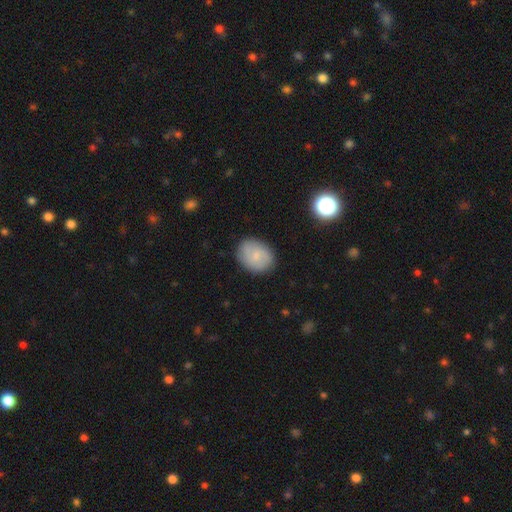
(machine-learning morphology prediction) Q: Smooth or featured?
A: smooth (60%); runner-up: featured or disk (32%)
Q: How rounded?
A: round (54%); runner-up: in between (45%)
Q: Merging?
A: none (83%); runner-up: minor disturbance (12%)